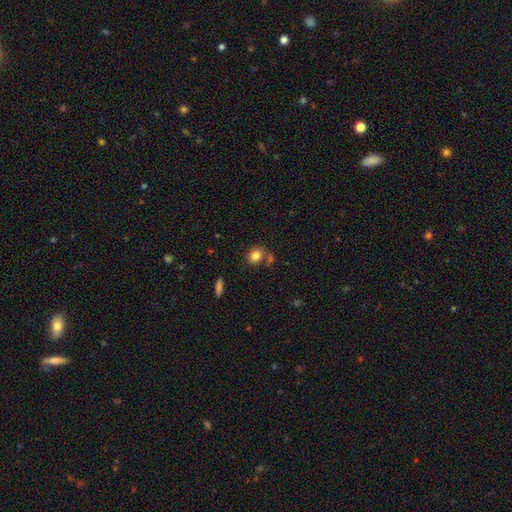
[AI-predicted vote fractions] smooth 82%, star or artifact 10%, featured or disk 8%. Down the decision tree: how rounded — round (52%); merging — none (66%).